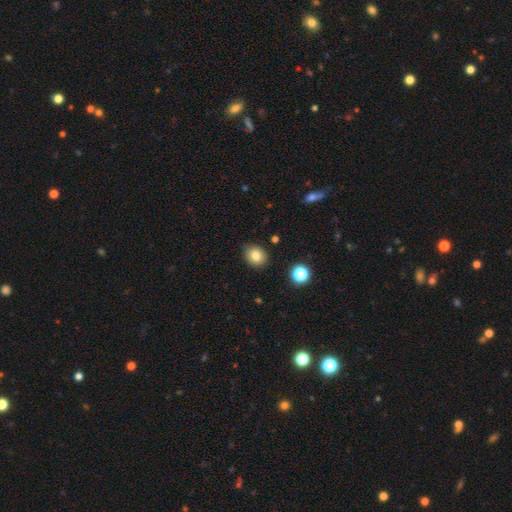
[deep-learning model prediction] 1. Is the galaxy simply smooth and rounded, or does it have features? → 80% smooth, 11% star or artifact, 9% featured or disk.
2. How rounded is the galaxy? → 63% round, 37% in between, 1% cigar-shaped.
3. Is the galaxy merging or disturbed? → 87% none, 9% minor disturbance, 2% major disturbance, 2% merger.